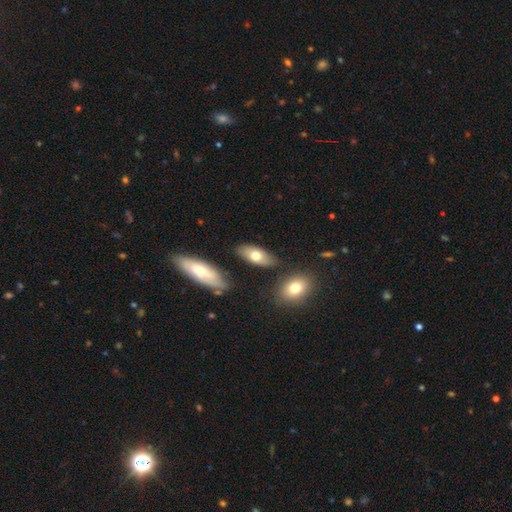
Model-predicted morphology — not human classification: This appears to be a smooth galaxy with no disk features (67%) that is in between round and cigar-shaped (84%). Merging: none (79%).